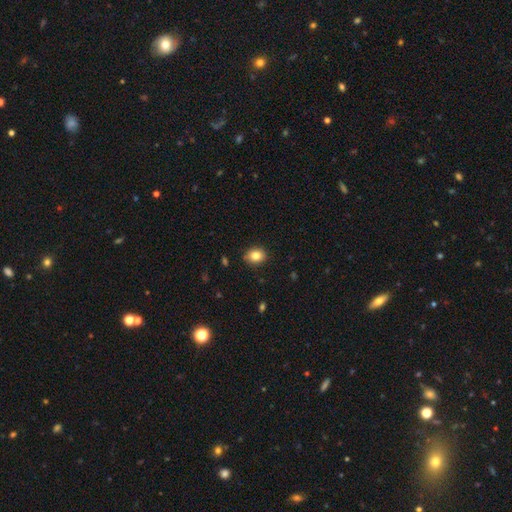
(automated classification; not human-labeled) Q: Smooth or featured?
A: smooth (84%); runner-up: star or artifact (9%)
Q: How rounded?
A: round (51%); runner-up: in between (48%)
Q: Merging?
A: none (88%); runner-up: minor disturbance (9%)